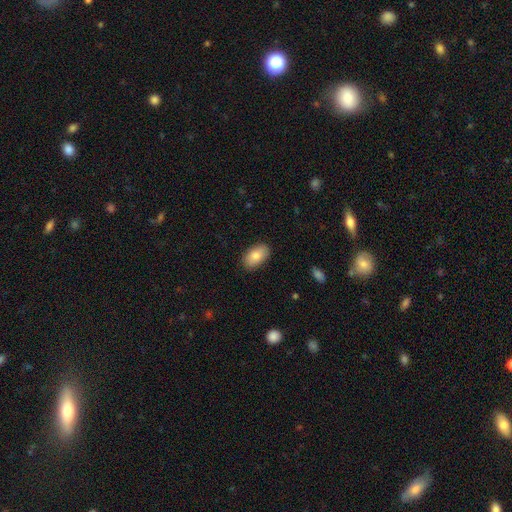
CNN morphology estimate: The model was most divided on "smooth or featured": smooth: 84%, featured or disk: 9%, star or artifact: 6%. More confident: how rounded — in between (93%); merging — none (88%).